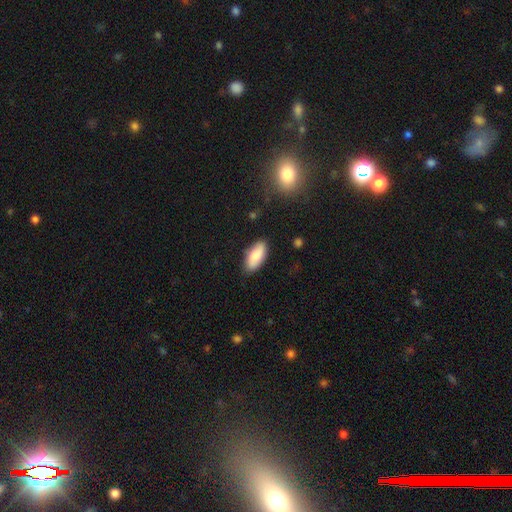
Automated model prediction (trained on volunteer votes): The model was most divided on "smooth or featured": smooth: 80%, featured or disk: 13%, star or artifact: 6%. More confident: how rounded — in between (89%); merging — none (83%).